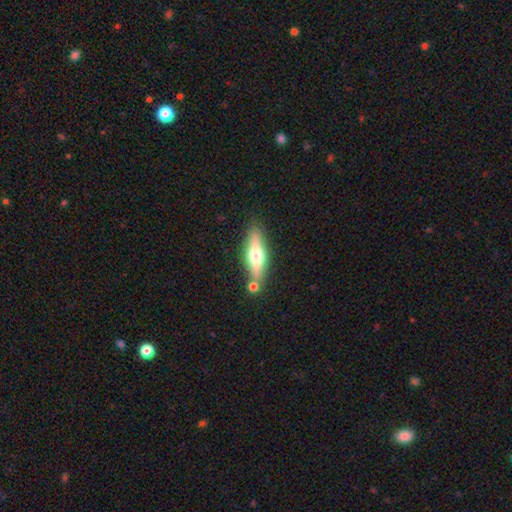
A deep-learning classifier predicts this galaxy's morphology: Smooth or featured?
  - smooth: 47% *
  - featured or disk: 46%
  - star or artifact: 6%
Merging?
  - none: 75% *
  - minor disturbance: 11%
  - merger: 11%
  - major disturbance: 3%